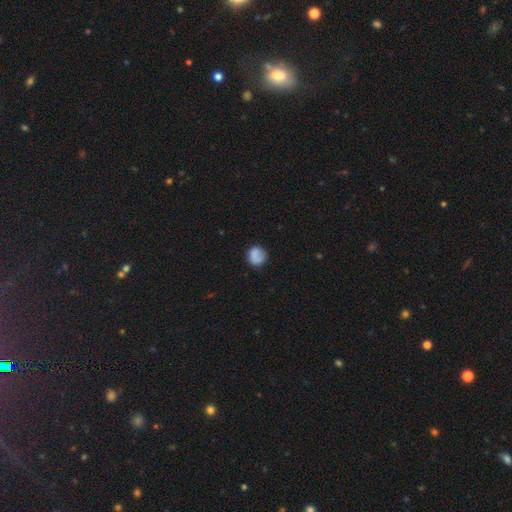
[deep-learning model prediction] Smooth or featured? Predicted: smooth (p=0.77). How rounded? Predicted: round (p=0.85). Merging? Predicted: none (p=0.72).